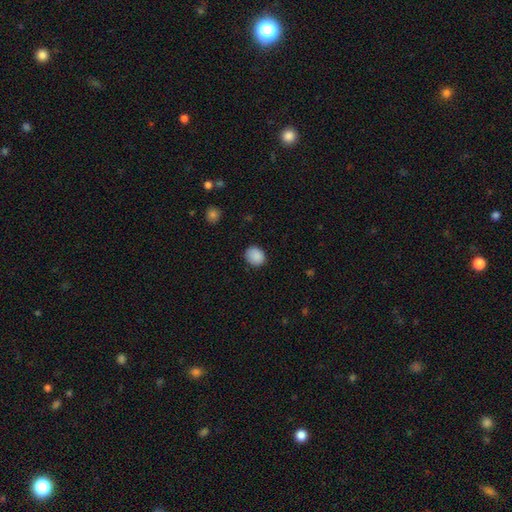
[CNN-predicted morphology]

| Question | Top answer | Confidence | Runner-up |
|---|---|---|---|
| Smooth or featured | smooth | 89% | star or artifact (8%) |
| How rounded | round | 65% | in between (34%) |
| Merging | none | 85% | minor disturbance (11%) |